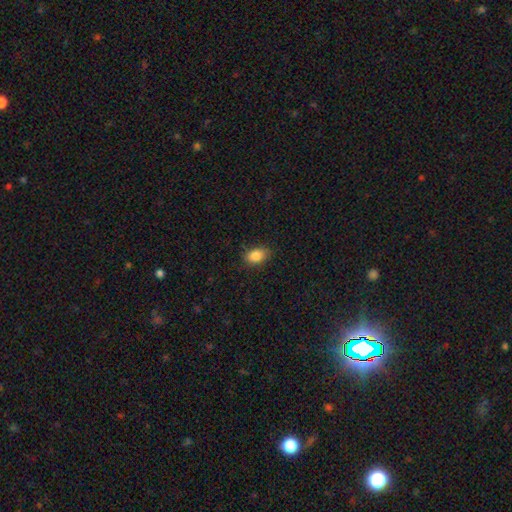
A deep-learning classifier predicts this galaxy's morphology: smooth_or_featured: smooth (p=0.86) [alt: star or artifact p=0.09]
how_rounded: in between (p=0.80) [alt: round p=0.18]
merging: none (p=0.84) [alt: minor disturbance p=0.12]